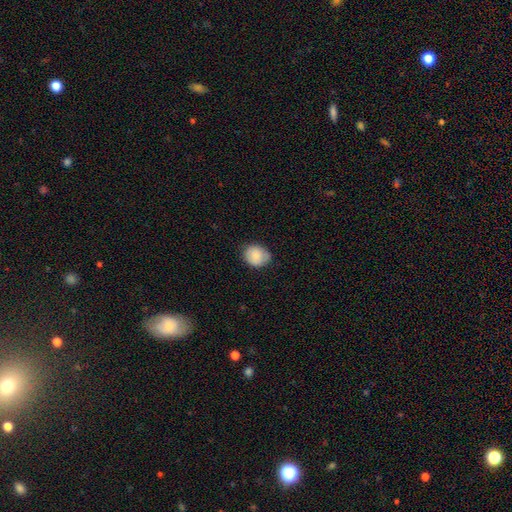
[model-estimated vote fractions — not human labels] smooth 85%, star or artifact 8%, featured or disk 7%. Down the decision tree: how rounded — round (67%); merging — none (74%).